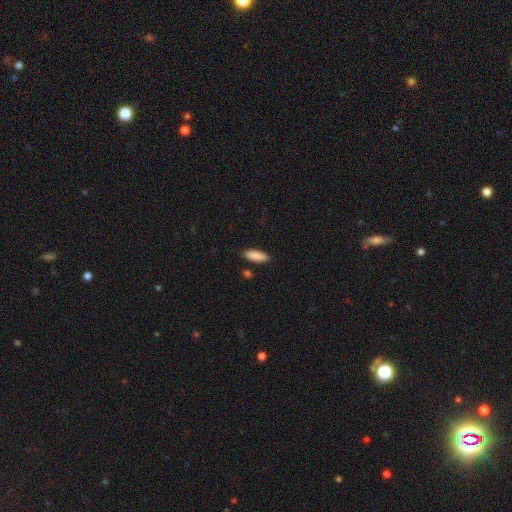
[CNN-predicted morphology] Q: Smooth or featured?
A: smooth (89%); runner-up: star or artifact (6%)
Q: How rounded?
A: in between (62%); runner-up: cigar-shaped (36%)
Q: Merging?
A: none (87%); runner-up: minor disturbance (9%)